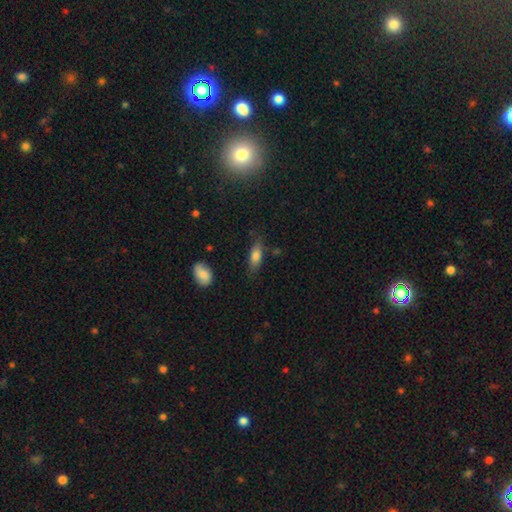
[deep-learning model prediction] Overall: smooth (77%). How rounded: in between (73%). Merging: none (70%).